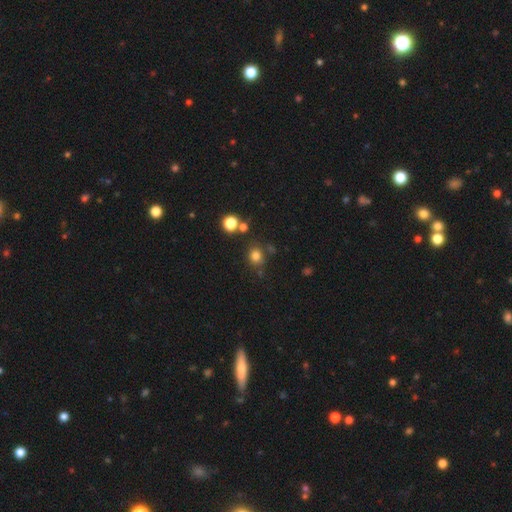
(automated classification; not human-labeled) Q: Smooth or featured?
A: smooth (77%); runner-up: star or artifact (17%)
Q: How rounded?
A: round (78%); runner-up: in between (21%)
Q: Merging?
A: none (76%); runner-up: minor disturbance (11%)